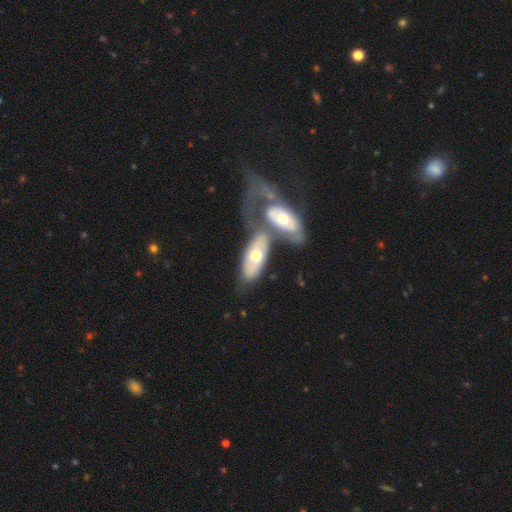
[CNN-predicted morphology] smooth_or_featured: featured or disk (p=0.54) [alt: smooth p=0.42]
disk_edge_on: no (p=0.80) [alt: yes p=0.20]
merging: merger (p=0.49) [alt: none p=0.30]